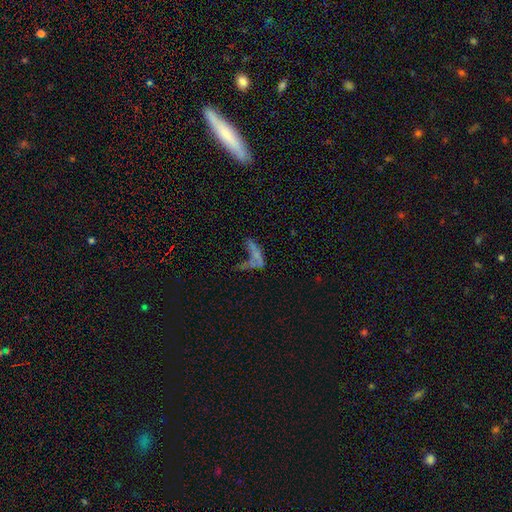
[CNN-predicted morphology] This is marginally a featured or disk galaxy (39%). Merging: marginally merger (34%).